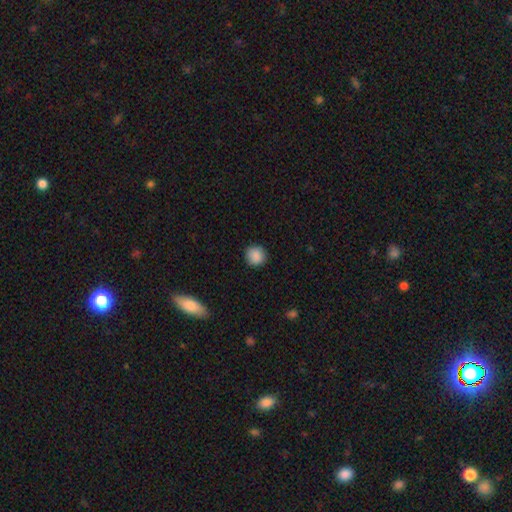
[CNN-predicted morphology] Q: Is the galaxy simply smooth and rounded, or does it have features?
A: smooth — 88%.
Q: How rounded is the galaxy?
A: round — 91%.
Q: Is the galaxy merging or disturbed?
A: none — 90%.